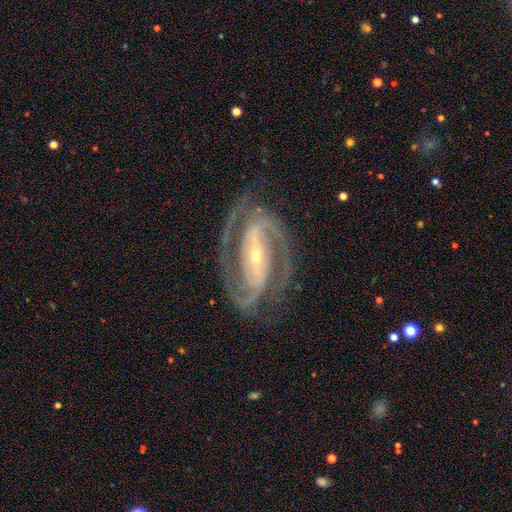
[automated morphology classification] Smooth or featured?
  - featured or disk: 92% *
  - star or artifact: 5%
  - smooth: 3%
Edge-on disk?
  - no: 96% *
  - yes: 4%
Bar?
  - strong: 61% *
  - weak: 23%
  - no: 15%
Spiral arms?
  - yes: 98% *
  - no: 2%
Spiral winding?
  - medium: 49% *
  - tight: 44%
  - loose: 8%
Spiral arm count?
  - 2: 87% *
  - 3: 6%
  - can't tell: 3%
  - 4: 2%
  - 1: 1%
  - more than 4: 1%
Bulge size?
  - small: 69% *
  - moderate: 28%
  - large: 2%
  - none: 1%
  - dominant: 1%
Merging?
  - none: 78% *
  - minor disturbance: 14%
  - major disturbance: 7%
  - merger: 1%